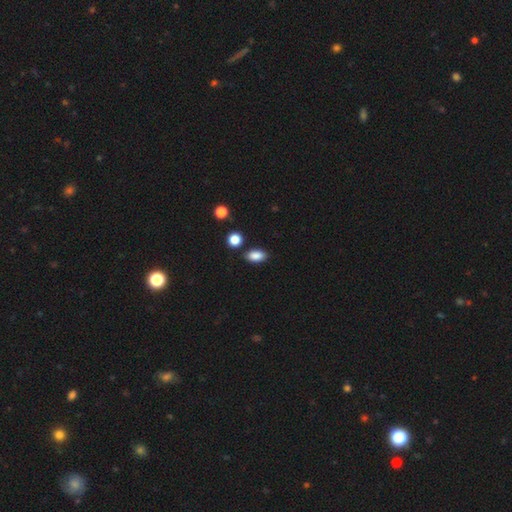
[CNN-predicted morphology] smooth-or-featured: smooth: 87% | star or artifact: 8% | featured or disk: 4%
  how-rounded: in between: 89% | round: 7% | cigar-shaped: 4%
  merging: none: 84% | minor disturbance: 10% | merger: 4% | major disturbance: 2%